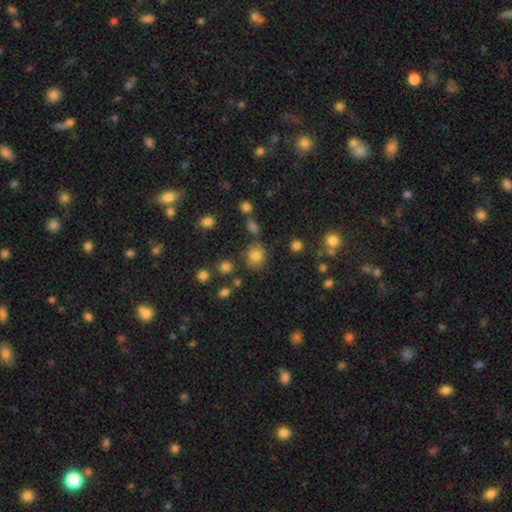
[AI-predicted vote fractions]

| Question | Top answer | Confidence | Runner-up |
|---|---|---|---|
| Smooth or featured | smooth | 79% | star or artifact (13%) |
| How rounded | round | 75% | in between (24%) |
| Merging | none | 77% | minor disturbance (13%) |